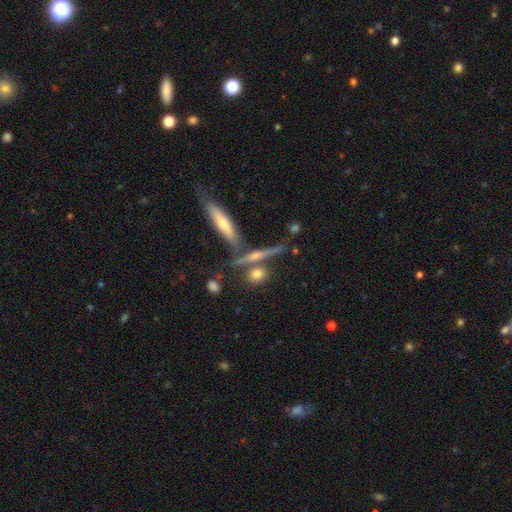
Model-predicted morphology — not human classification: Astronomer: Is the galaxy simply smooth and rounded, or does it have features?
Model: featured or disk — 55% (runner-up: smooth, 31%).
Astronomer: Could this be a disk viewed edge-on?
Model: yes — 89%.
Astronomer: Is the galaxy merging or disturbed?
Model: none — 64%.